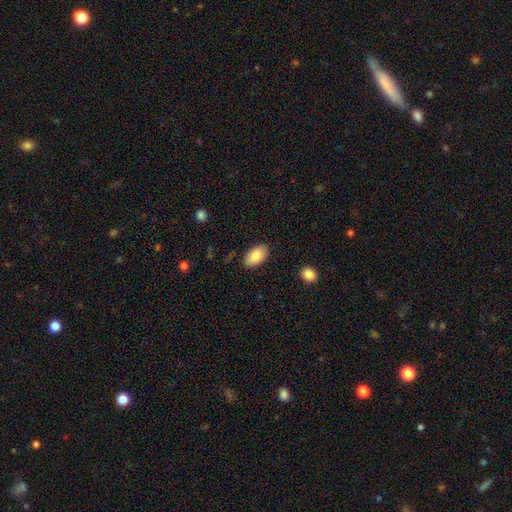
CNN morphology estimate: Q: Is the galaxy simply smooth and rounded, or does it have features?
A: smooth — 83%.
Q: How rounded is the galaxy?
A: in between — 94%.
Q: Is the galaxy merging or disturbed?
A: none — 87%.